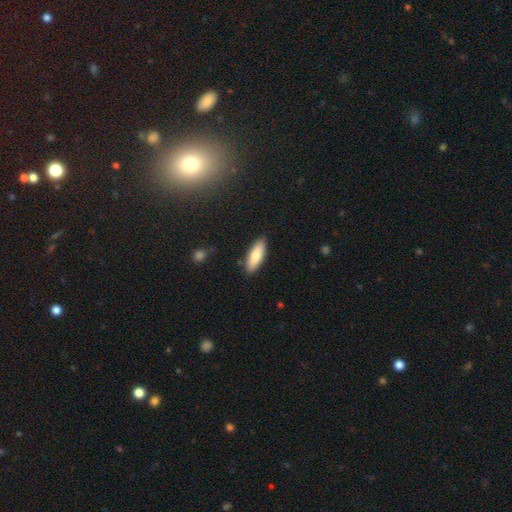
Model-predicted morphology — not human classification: A smooth galaxy with no disk features (80%) that is in between round and cigar-shaped (58%). Merging: none (86%).